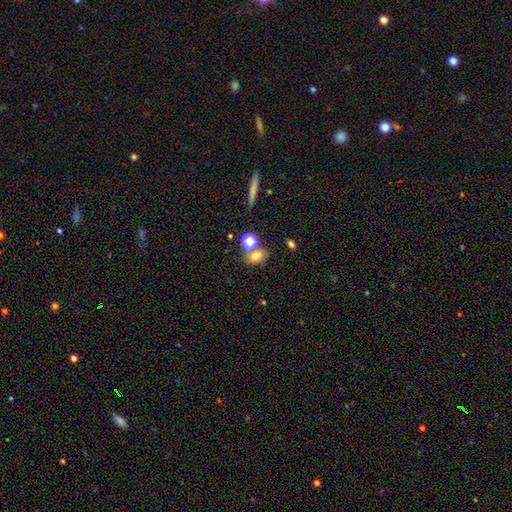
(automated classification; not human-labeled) Overall: smooth (72%). How rounded: in between (60%; round 38%). Merging: none (56%; merger 28%).